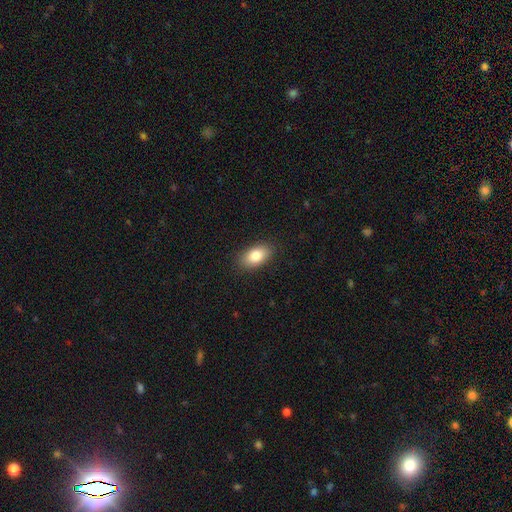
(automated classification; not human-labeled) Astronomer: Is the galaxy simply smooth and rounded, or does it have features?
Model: smooth — 83%.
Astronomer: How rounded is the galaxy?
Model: in between — 91%.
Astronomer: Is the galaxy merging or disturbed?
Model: none — 87%.